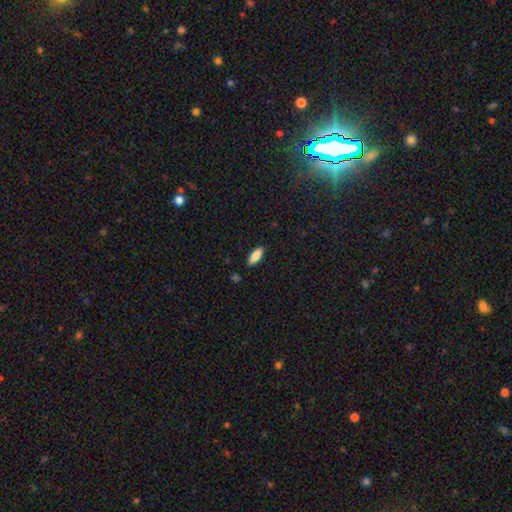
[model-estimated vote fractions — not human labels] smooth-or-featured: smooth: 85% | featured or disk: 9% | star or artifact: 6%
  how-rounded: in between: 70% | cigar-shaped: 28% | round: 2%
  merging: none: 88% | minor disturbance: 9% | major disturbance: 2% | merger: 1%